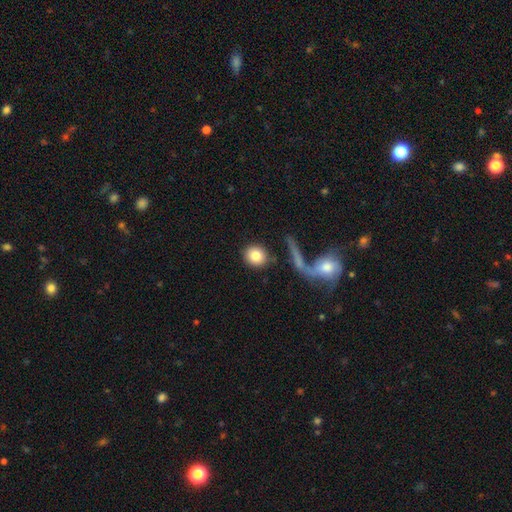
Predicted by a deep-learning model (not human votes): A smooth galaxy with no disk features (83%) that is round (87%).

Vote fractions:
- Smooth or featured? smooth: 83% / featured or disk: 10% / star or artifact: 7%
- How rounded? round: 87% / in between: 11% / cigar-shaped: 2%
- Merging? none: 80% / minor disturbance: 8% / merger: 8% / major disturbance: 5%